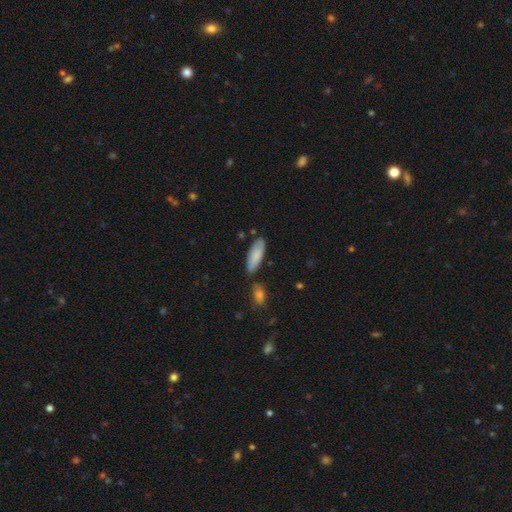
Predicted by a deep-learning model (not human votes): A smooth galaxy with no disk features (85%) that is in between round and cigar-shaped (72%).

Vote fractions:
- Smooth or featured? smooth: 85% / featured or disk: 9% / star or artifact: 6%
- How rounded? in between: 72% / cigar-shaped: 27% / round: 2%
- Merging? none: 76% / minor disturbance: 14% / merger: 7% / major disturbance: 3%